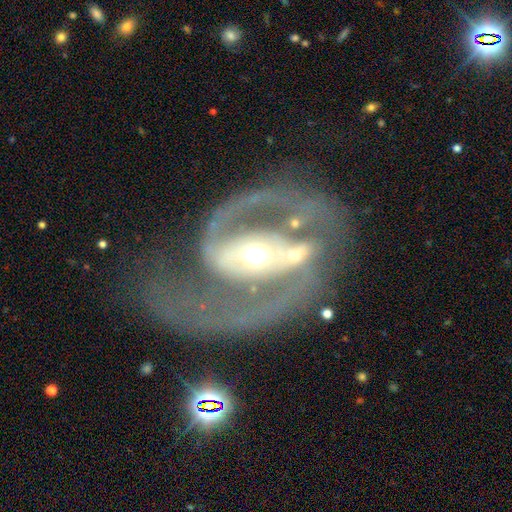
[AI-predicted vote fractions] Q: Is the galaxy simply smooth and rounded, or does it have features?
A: featured or disk — 89%.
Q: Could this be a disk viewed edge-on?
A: no — 97%.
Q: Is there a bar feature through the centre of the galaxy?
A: strong — 46%.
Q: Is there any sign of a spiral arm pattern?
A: yes — 89%.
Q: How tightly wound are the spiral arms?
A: medium — 52%.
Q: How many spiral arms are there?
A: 2 — 89%.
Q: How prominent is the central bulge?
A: moderate — 68%.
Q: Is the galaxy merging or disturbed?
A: none — 51%.